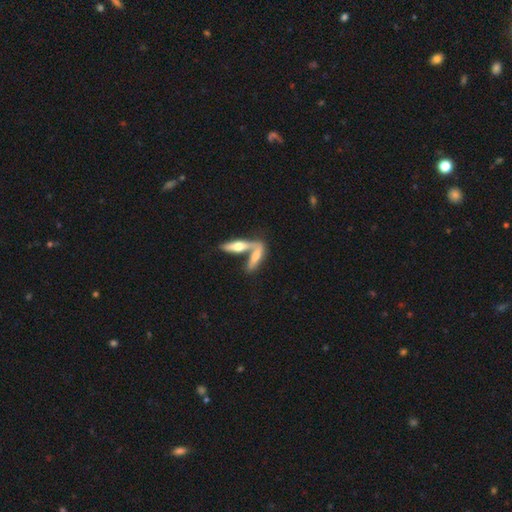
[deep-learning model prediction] The model was most divided on "smooth or featured": smooth: 50%, featured or disk: 44%, star or artifact: 7%. More confident: merging — merger (58%).